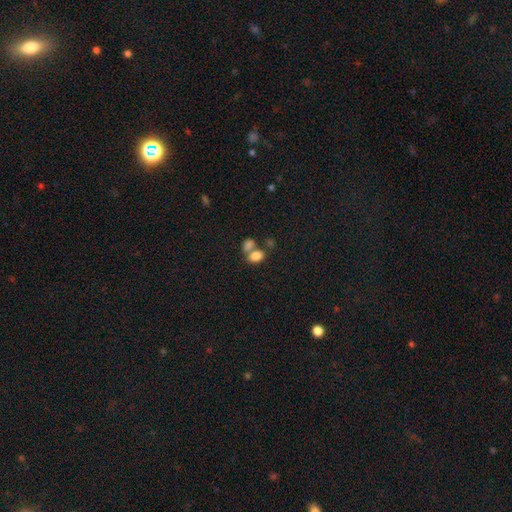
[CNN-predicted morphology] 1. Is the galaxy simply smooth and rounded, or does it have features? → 80% smooth, 11% star or artifact, 9% featured or disk.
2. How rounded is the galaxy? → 72% in between, 27% round, 1% cigar-shaped.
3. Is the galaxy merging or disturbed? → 50% merger, 36% none, 9% minor disturbance, 5% major disturbance.